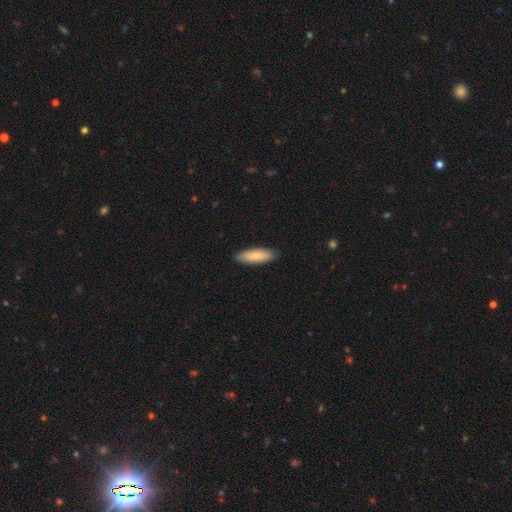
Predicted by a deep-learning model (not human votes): This is likely a smooth galaxy (78%). How rounded: possibly in between (56%). Merging: clearly none (86%).